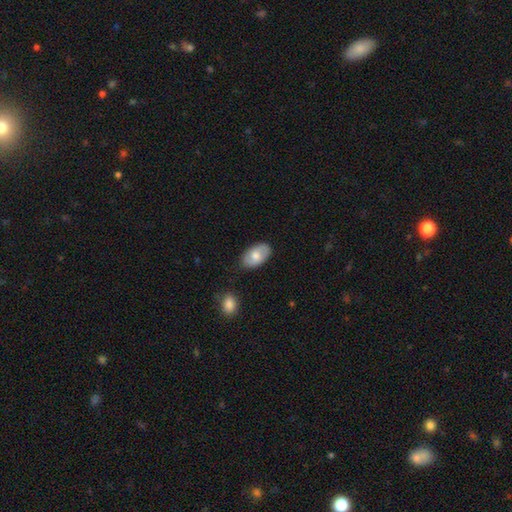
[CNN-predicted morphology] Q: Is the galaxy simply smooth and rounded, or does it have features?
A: smooth — 67%.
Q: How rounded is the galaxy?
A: in between — 93%.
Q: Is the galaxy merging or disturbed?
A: none — 81%.